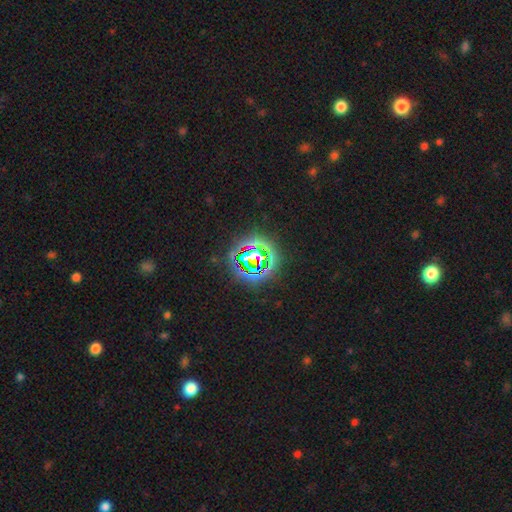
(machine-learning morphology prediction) Smooth or featured? star or artifact (76%)